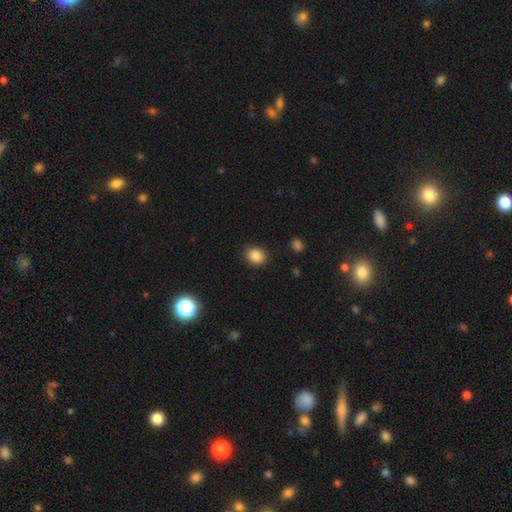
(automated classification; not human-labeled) This is clearly a smooth galaxy (86%). How rounded: likely round (61%). Merging: clearly none (88%).